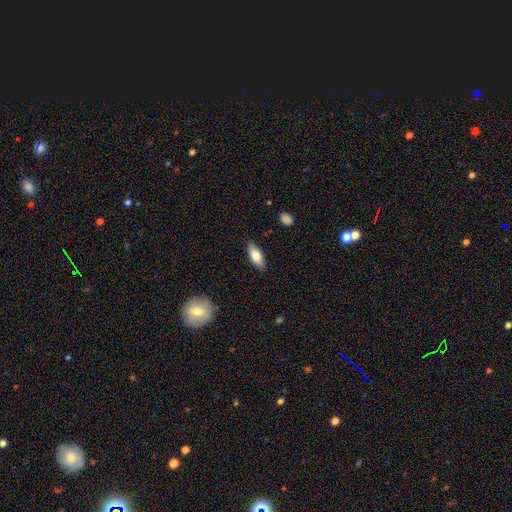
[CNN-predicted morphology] smooth-or-featured: smooth: 77% | featured or disk: 17% | star or artifact: 6%
  how-rounded: in between: 78% | cigar-shaped: 20% | round: 2%
  merging: none: 87% | minor disturbance: 10% | major disturbance: 2% | merger: 1%